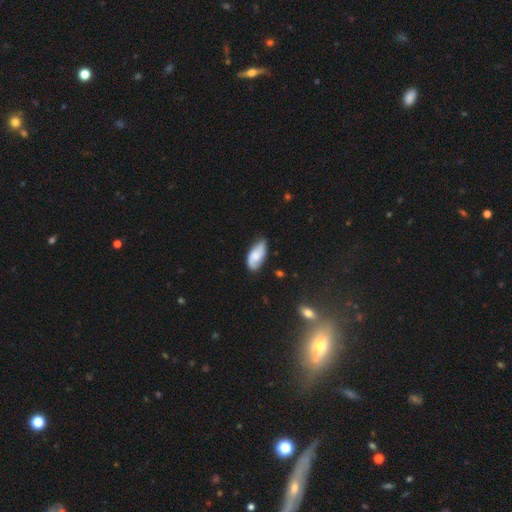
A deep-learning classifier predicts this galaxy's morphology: Smooth or featured? Predicted: smooth (p=0.57). How rounded? Predicted: in between (p=0.89). Merging? Predicted: none (p=0.62).